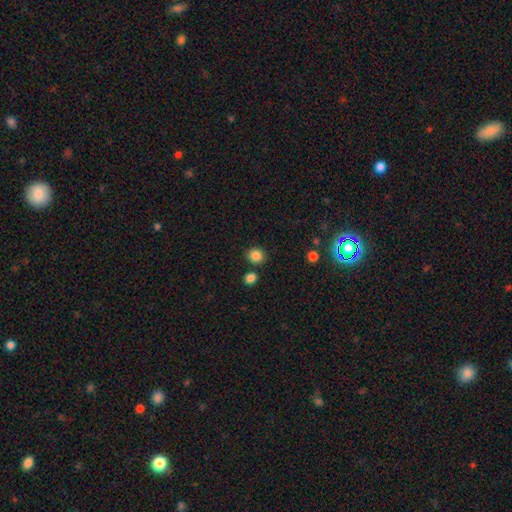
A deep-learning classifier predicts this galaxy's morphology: smooth-or-featured: smooth: 85% | star or artifact: 11% | featured or disk: 4%
  how-rounded: round: 86% | in between: 13% | cigar-shaped: 1%
  merging: none: 83% | merger: 7% | minor disturbance: 7% | major disturbance: 2%